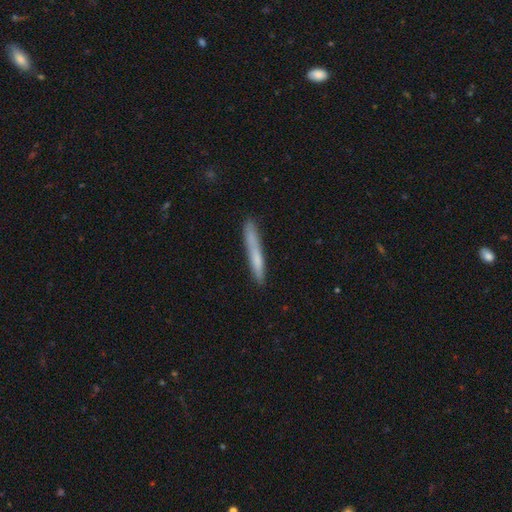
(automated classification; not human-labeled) Morphology: type=smooth (66%); roundness=cigar-shaped (96%); merging=none (84%).